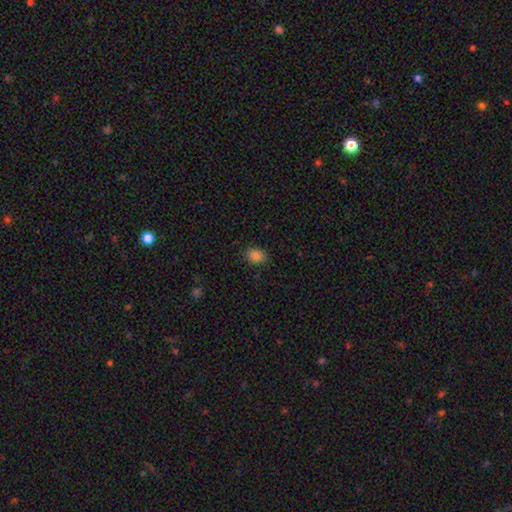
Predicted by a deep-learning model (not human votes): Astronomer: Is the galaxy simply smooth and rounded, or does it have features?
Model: smooth — 85%.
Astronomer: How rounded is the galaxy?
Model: in between — 56% (runner-up: round, 43%).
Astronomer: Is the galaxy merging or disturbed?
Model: none — 85%.